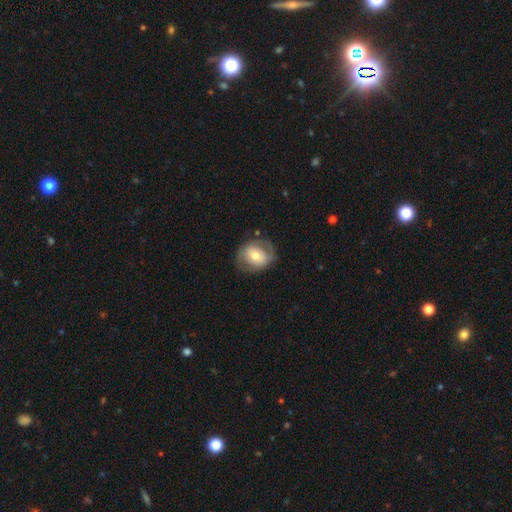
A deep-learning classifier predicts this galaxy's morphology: A smooth galaxy with no disk features (57%) that is round (55%).

Vote fractions:
- Smooth or featured? smooth: 57% / featured or disk: 36% / star or artifact: 7%
- How rounded? round: 55% / in between: 44% / cigar-shaped: 1%
- Merging? none: 72% / minor disturbance: 18% / major disturbance: 8% / merger: 2%